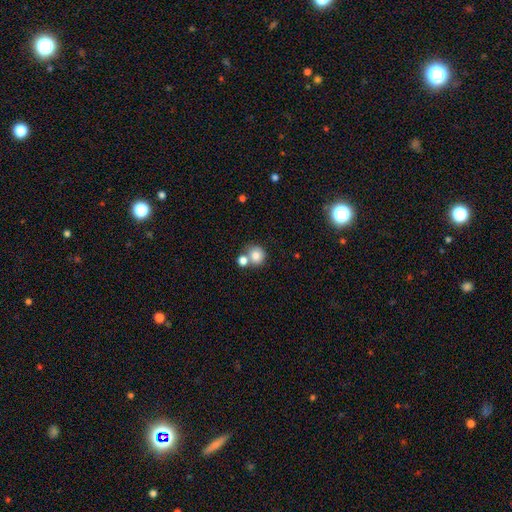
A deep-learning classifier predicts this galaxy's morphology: A smooth galaxy with no disk features (81%) that is round (84%).

Vote fractions:
- Smooth or featured? smooth: 81% / star or artifact: 10% / featured or disk: 9%
- How rounded? round: 84% / in between: 15% / cigar-shaped: 1%
- Merging? none: 49% / merger: 38% / minor disturbance: 9% / major disturbance: 4%